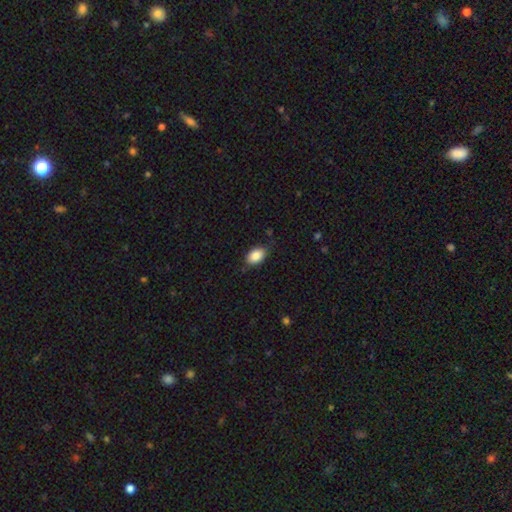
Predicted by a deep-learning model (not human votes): This appears to be a smooth galaxy with no disk features (86%) that is in between round and cigar-shaped (87%). Merging: none (77%).